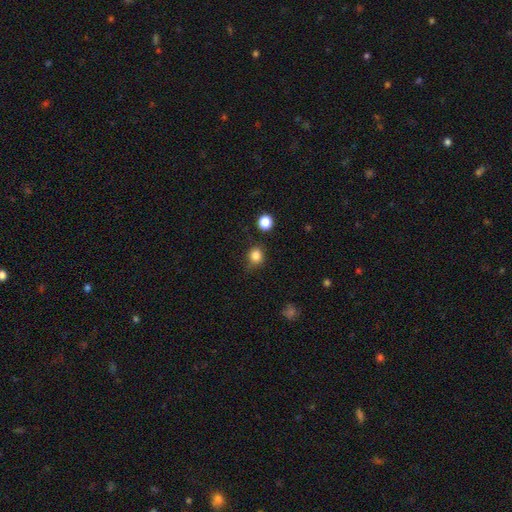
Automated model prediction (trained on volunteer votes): Smooth or featured? smooth (83%)
How rounded? round (80%)
Merging? none (76%)